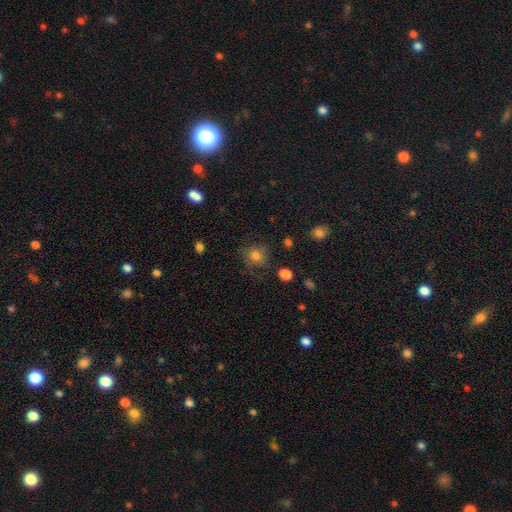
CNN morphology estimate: type=smooth (75%); roundness=round (79%); merging=none (63%).